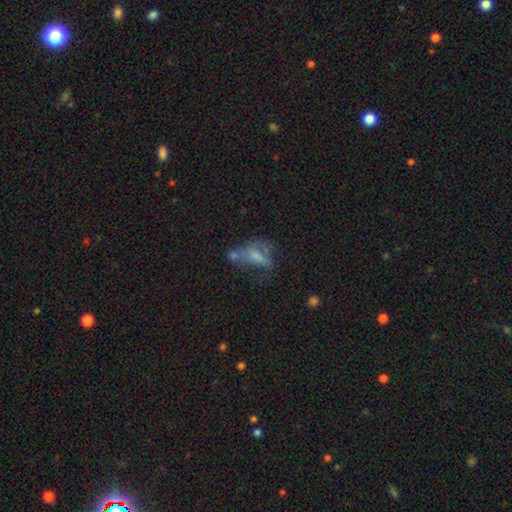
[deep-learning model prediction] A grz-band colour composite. It shows a smooth galaxy with no disk features (50%). Merging: major disturbance (32%).